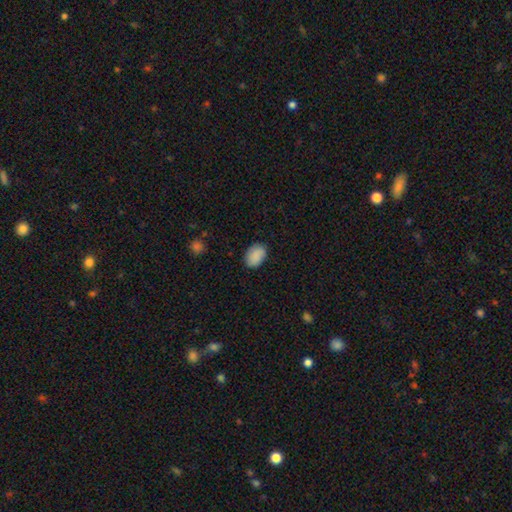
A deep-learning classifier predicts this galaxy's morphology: This is clearly a smooth galaxy (86%). How rounded: clearly in between (81%). Merging: clearly none (81%).